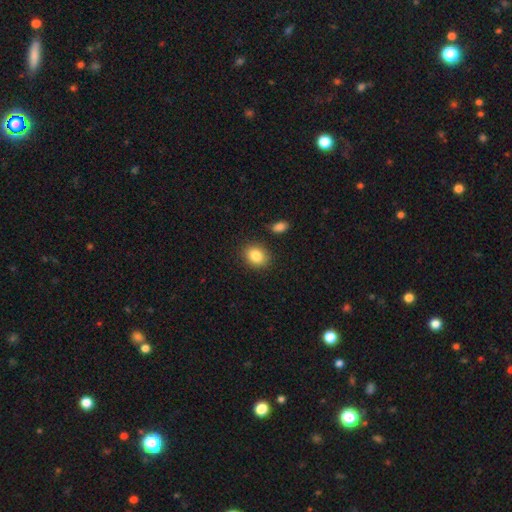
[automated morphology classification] This appears to be a smooth galaxy with no disk features (86%) that is in between round and cigar-shaped (55%). Merging: none (86%).